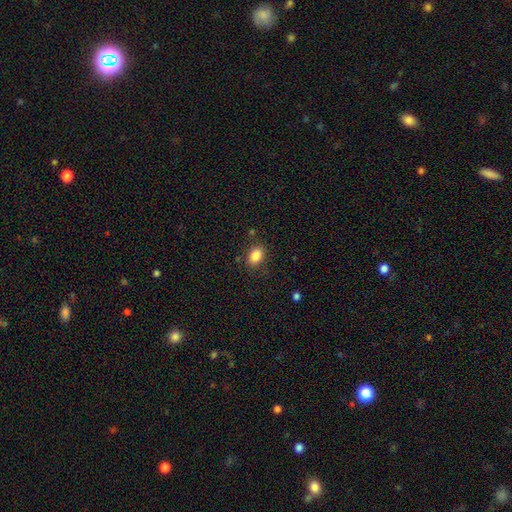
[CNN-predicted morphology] smooth_or_featured: smooth (p=0.85) [alt: star or artifact p=0.09]
how_rounded: in between (p=0.73) [alt: round p=0.26]
merging: none (p=0.84) [alt: minor disturbance p=0.11]